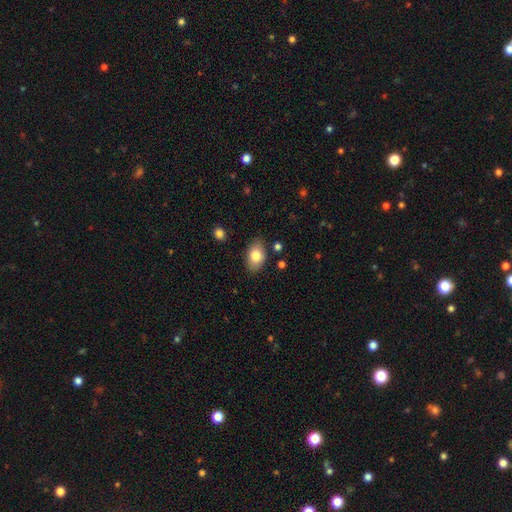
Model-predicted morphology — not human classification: Smooth or featured: smooth — 81% (featured or disk — 12%)
How rounded: in between — 87% (round — 12%)
Merging: none — 82% (minor disturbance — 13%)